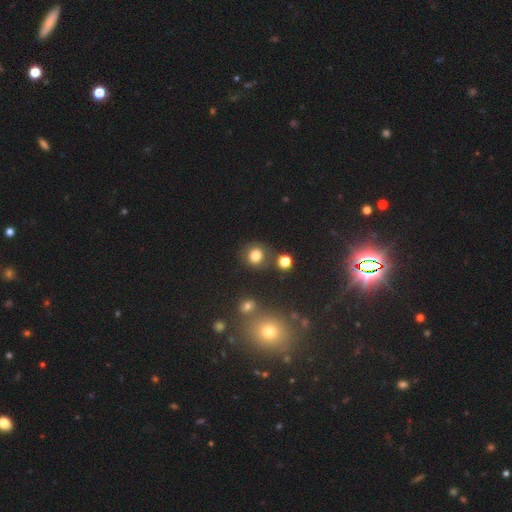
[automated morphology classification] smooth 79%, star or artifact 14%, featured or disk 7%. Down the decision tree: how rounded — round (83%); merging — none (77%).